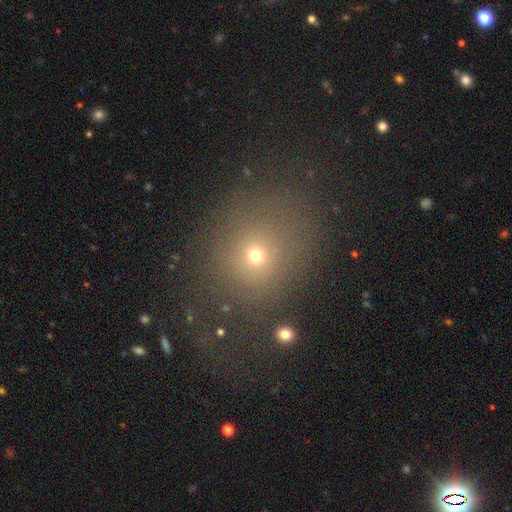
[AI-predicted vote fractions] smooth-or-featured: smooth: 65% | star or artifact: 24% | featured or disk: 10%
  how-rounded: round: 75% | in between: 24% | cigar-shaped: 1%
  merging: none: 75% | minor disturbance: 13% | major disturbance: 8% | merger: 4%